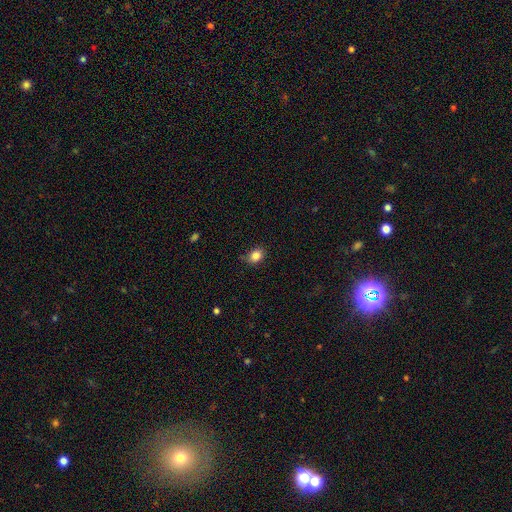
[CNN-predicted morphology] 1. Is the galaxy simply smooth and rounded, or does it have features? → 85% smooth, 10% star or artifact, 5% featured or disk.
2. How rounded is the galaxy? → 57% in between, 42% round, 1% cigar-shaped.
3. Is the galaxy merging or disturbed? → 73% none, 21% minor disturbance, 4% major disturbance, 2% merger.